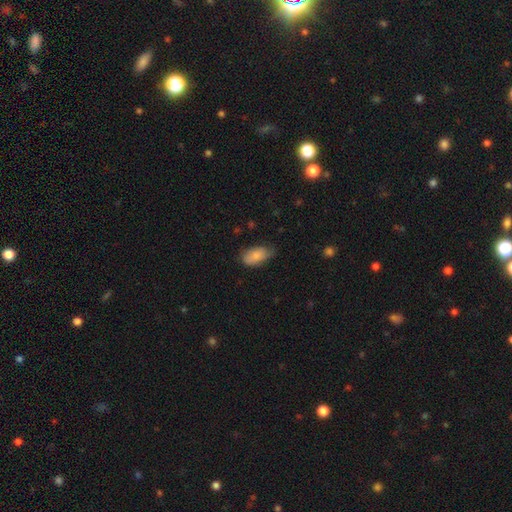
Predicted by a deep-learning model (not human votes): smooth_or_featured: smooth (p=0.84) [alt: featured or disk p=0.10]
how_rounded: in between (p=0.92) [alt: cigar-shaped p=0.04]
merging: none (p=0.57) [alt: minor disturbance p=0.35]